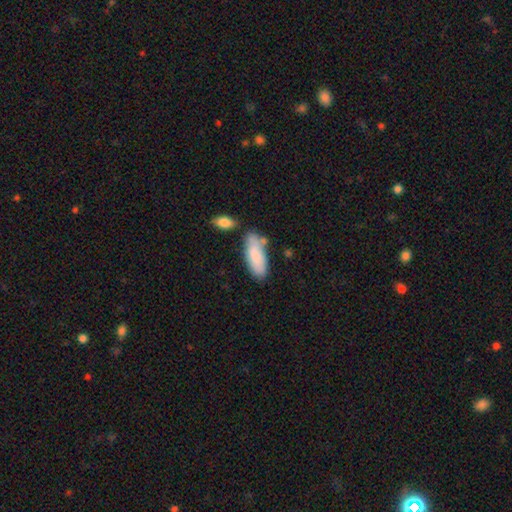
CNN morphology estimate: This appears to be a smooth galaxy with no disk features (83%) that is in between round and cigar-shaped (75%). Merging: none (62%).